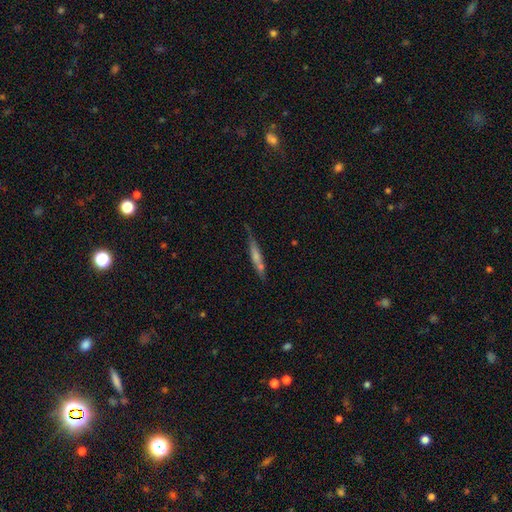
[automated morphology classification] Smooth or featured?
  - featured or disk: 47% *
  - smooth: 46%
  - star or artifact: 8%
Merging?
  - none: 64% *
  - minor disturbance: 22%
  - merger: 8%
  - major disturbance: 6%